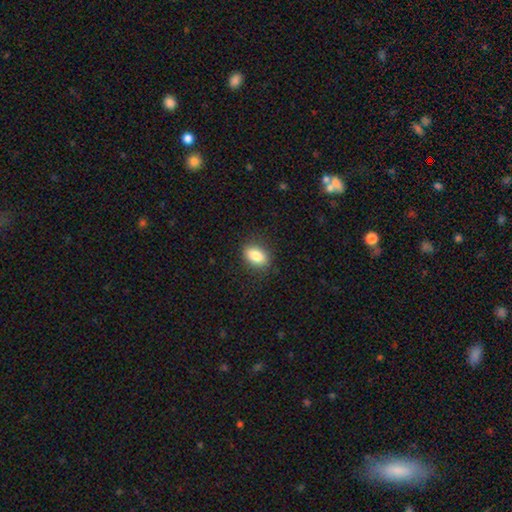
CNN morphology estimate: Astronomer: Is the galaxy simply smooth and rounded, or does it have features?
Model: smooth — 85%.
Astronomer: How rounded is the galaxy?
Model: in between — 83%.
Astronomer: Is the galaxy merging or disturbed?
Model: none — 86%.